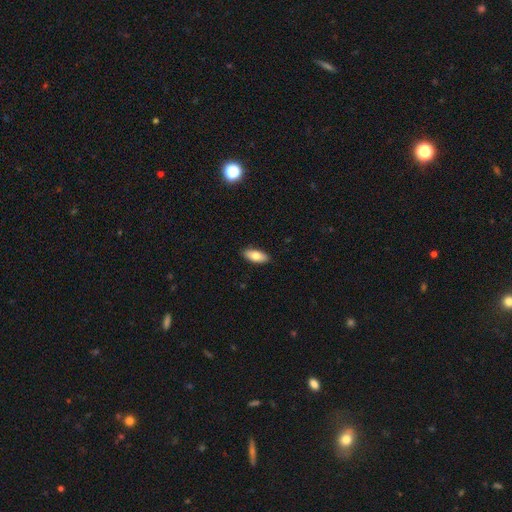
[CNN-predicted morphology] Smooth or featured? smooth (80%)
How rounded? in between (86%)
Merging? none (89%)